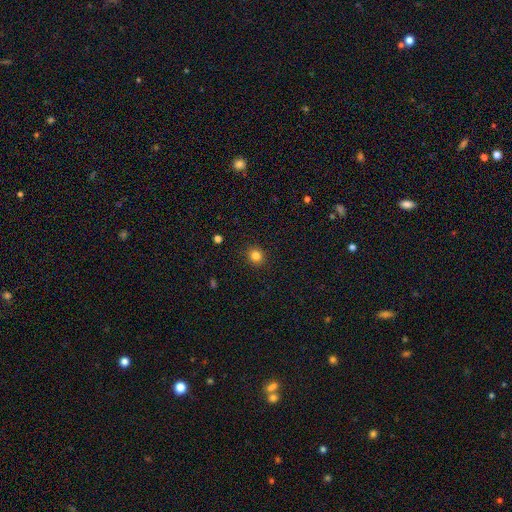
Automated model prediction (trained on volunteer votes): Smooth or featured?
  - smooth: 83% *
  - star or artifact: 12%
  - featured or disk: 5%
How rounded?
  - round: 87% *
  - in between: 12%
  - cigar-shaped: 1%
Merging?
  - none: 92% *
  - minor disturbance: 5%
  - major disturbance: 2%
  - merger: 1%